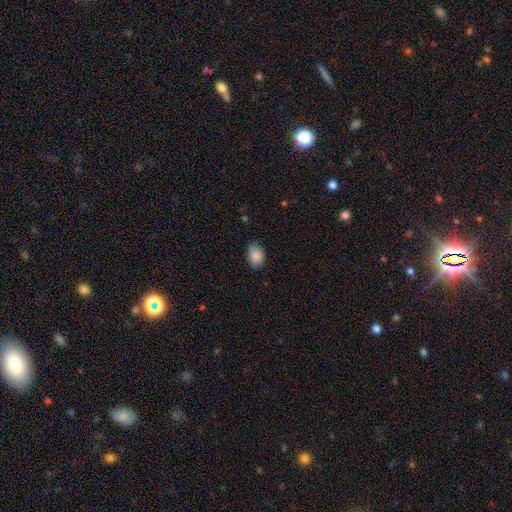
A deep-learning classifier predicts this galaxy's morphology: The model was most divided on "merging": none: 81%, minor disturbance: 16%, major disturbance: 3%, merger: 1%. More confident: smooth or featured — smooth (88%); how rounded — in between (84%).